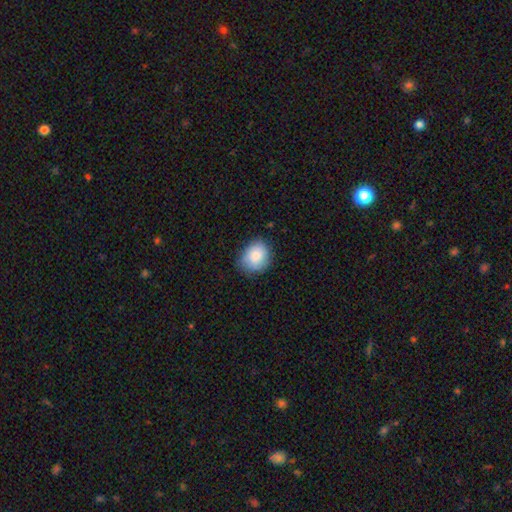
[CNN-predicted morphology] Q: Smooth or featured?
A: smooth (83%); runner-up: featured or disk (10%)
Q: How rounded?
A: round (55%); runner-up: in between (44%)
Q: Merging?
A: none (74%); runner-up: minor disturbance (21%)